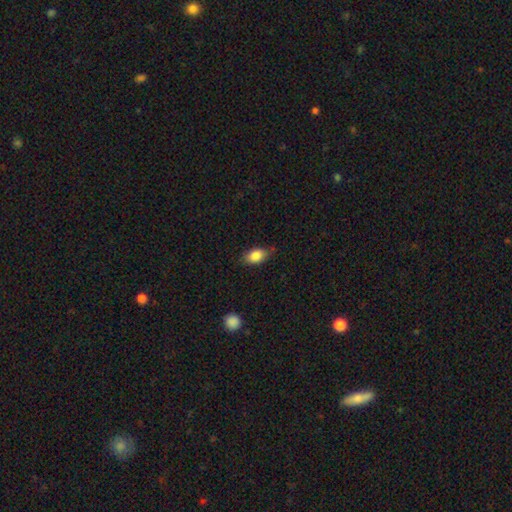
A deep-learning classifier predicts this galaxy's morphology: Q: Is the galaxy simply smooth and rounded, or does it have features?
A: smooth — 85%.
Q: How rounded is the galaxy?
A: in between — 87%.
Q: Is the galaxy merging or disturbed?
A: none — 75%.